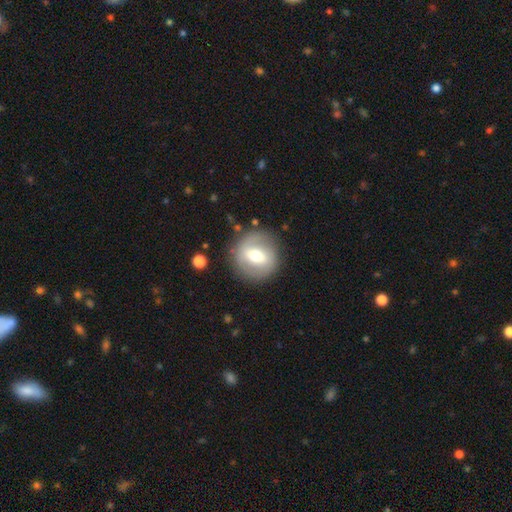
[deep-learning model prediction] Overall: smooth (48%; featured or disk 45%). Merging: none (84%).